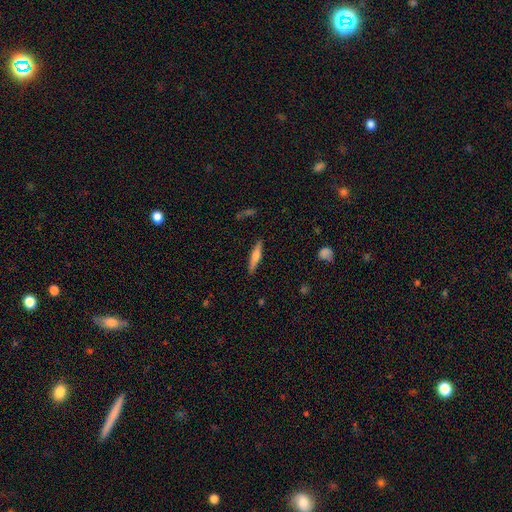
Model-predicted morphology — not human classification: smooth 47% (tied), featured or disk 47% (tied), star or artifact 6%. Down the decision tree: merging — none (88%).